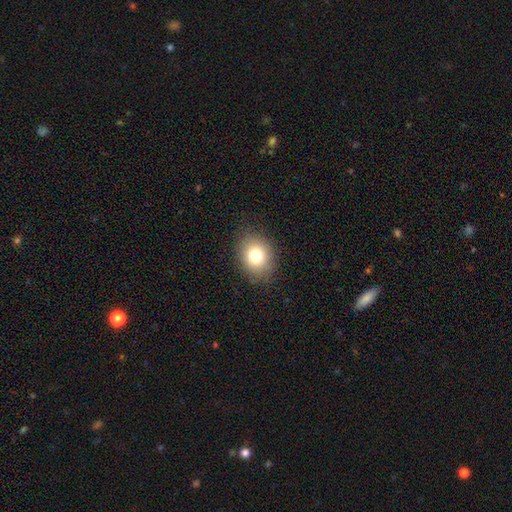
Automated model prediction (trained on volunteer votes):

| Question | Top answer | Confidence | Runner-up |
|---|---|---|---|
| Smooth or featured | smooth | 80% | star or artifact (10%) |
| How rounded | in between | 51% | round (48%) |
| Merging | none | 84% | minor disturbance (12%) |